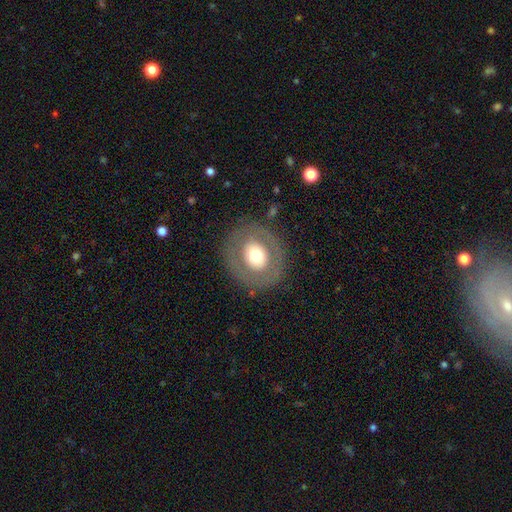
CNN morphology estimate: Overall: smooth (54%; featured or disk 38%). How rounded: round (78%). Merging: none (83%).